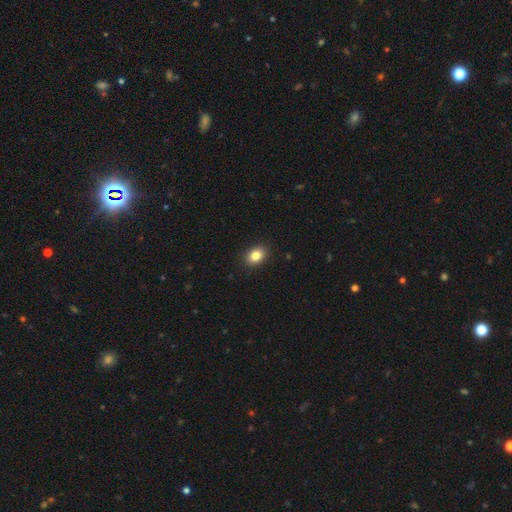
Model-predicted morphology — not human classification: Overall: smooth (85%). How rounded: in between (70%). Merging: none (90%).